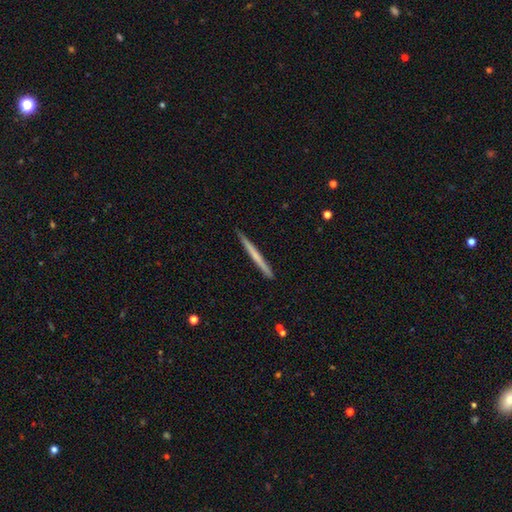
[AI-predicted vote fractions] Morphology: type=smooth (52%); roundness=cigar-shaped (97%); merging=none (91%).